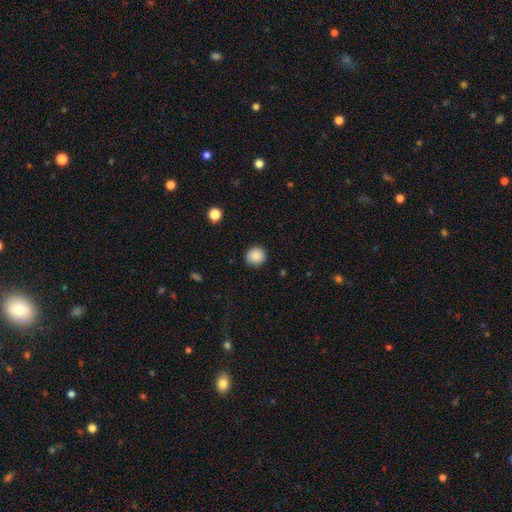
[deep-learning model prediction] This appears to be a smooth galaxy with no disk features (87%) that is round (93%). Merging: none (90%).